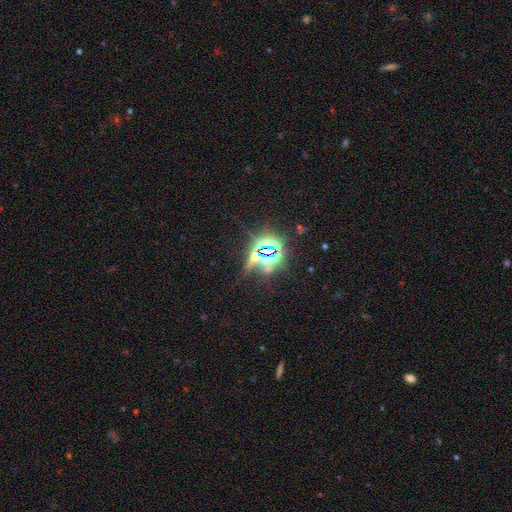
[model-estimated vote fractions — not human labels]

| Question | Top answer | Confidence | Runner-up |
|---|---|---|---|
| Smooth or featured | star or artifact | 77% | smooth (13%) |